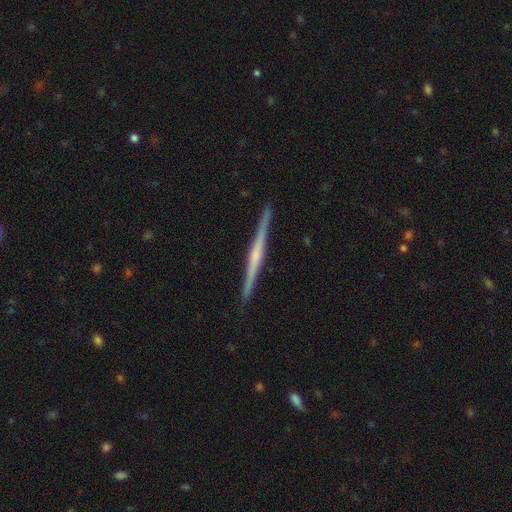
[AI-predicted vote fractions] Overall: featured or disk (76%). Edge-on disk: yes (99%). Edge-on bulge: rounded (48%; none 34%). Merging: none (92%).